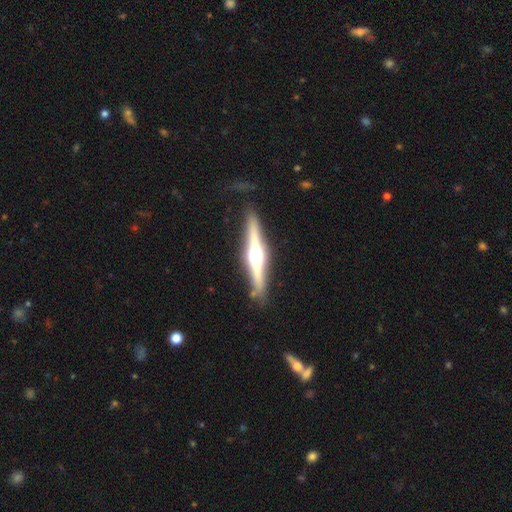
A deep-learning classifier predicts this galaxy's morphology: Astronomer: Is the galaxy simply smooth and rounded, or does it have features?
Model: featured or disk — 76%.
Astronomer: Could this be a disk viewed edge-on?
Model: yes — 97%.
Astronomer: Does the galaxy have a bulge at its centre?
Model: rounded — 94%.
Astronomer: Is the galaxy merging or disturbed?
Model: none — 87%.